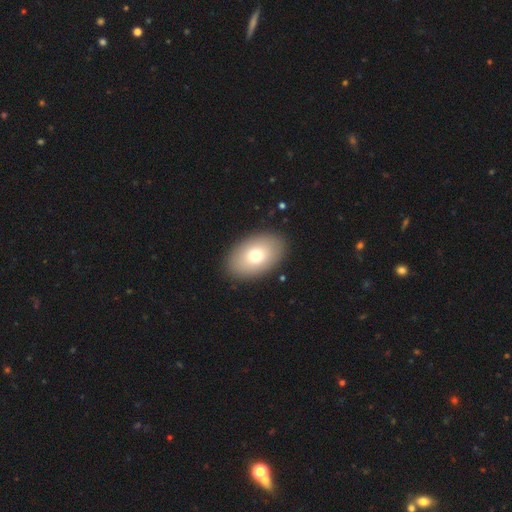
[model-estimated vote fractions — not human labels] Smooth or featured? Predicted: smooth (p=0.75). How rounded? Predicted: in between (p=0.88). Merging? Predicted: none (p=0.90).